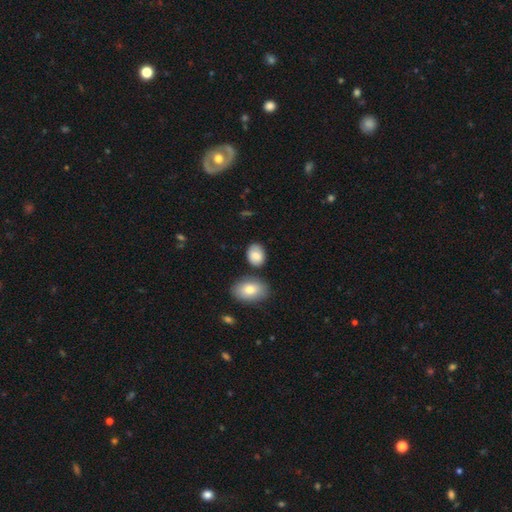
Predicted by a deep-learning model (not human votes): smooth 85%, featured or disk 8%, star or artifact 7%. Down the decision tree: how rounded — in between (70%); merging — none (74%).